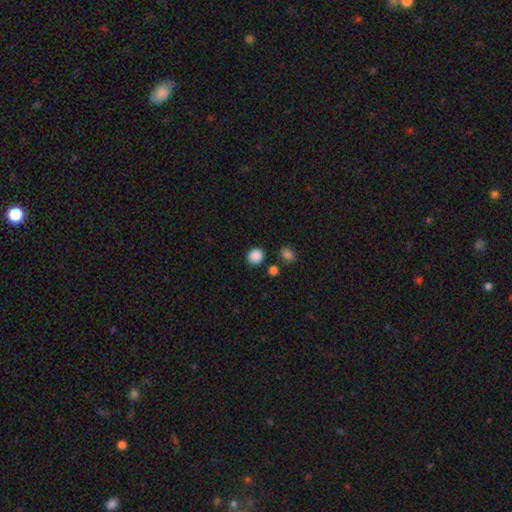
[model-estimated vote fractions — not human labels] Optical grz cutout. It shows a smooth galaxy with no disk features (87%) that is round (81%). Merging: none (84%).